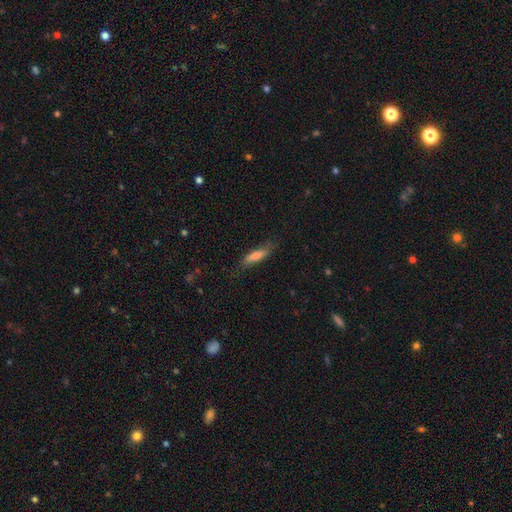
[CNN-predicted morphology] Smooth or featured: smooth — 71% (featured or disk — 23%)
How rounded: cigar-shaped — 68% (in between — 30%)
Merging: none — 74% (minor disturbance — 19%)